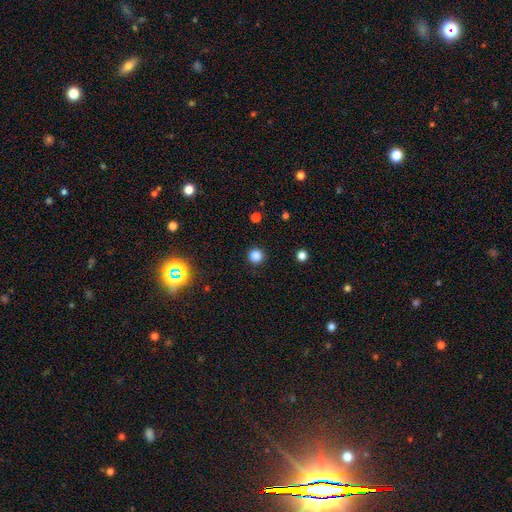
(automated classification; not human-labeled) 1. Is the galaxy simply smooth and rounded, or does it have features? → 83% smooth, 14% star or artifact, 3% featured or disk.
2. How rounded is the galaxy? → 96% round, 3% in between, 1% cigar-shaped.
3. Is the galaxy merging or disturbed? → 92% none, 5% minor disturbance, 2% major disturbance, 1% merger.